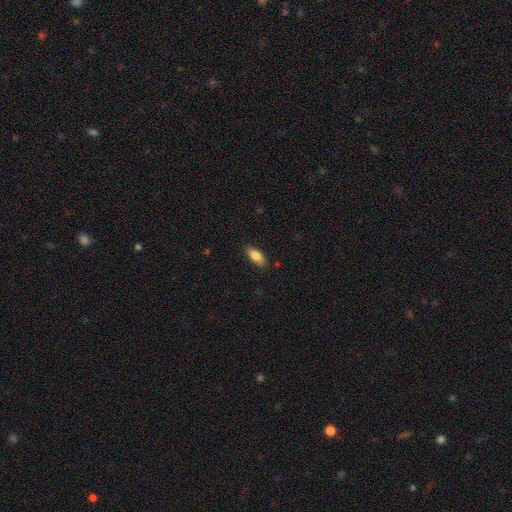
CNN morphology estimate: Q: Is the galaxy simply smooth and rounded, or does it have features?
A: smooth — 82%.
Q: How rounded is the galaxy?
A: in between — 83%.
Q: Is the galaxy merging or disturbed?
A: none — 85%.